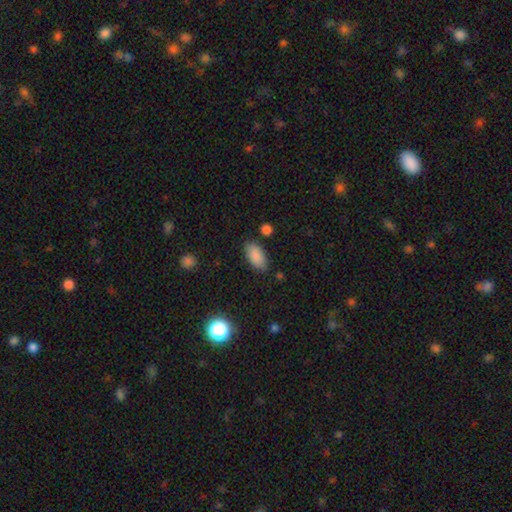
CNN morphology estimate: type=smooth (88%); roundness=in between (93%); merging=none (82%).